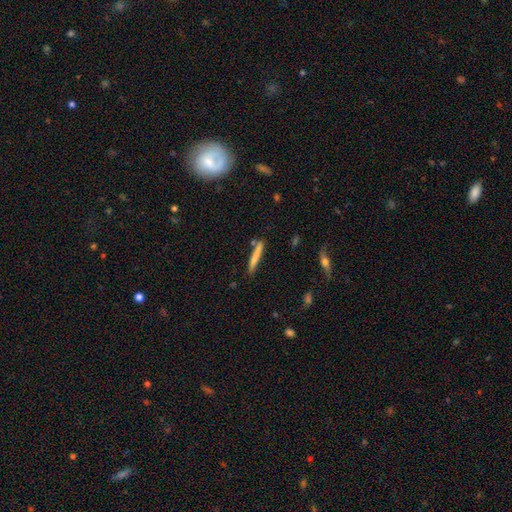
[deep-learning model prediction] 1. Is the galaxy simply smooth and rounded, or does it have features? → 73% smooth, 21% featured or disk, 6% star or artifact.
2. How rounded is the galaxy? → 95% cigar-shaped, 4% in between, 1% round.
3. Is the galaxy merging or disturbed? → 78% none, 13% minor disturbance, 7% merger, 3% major disturbance.